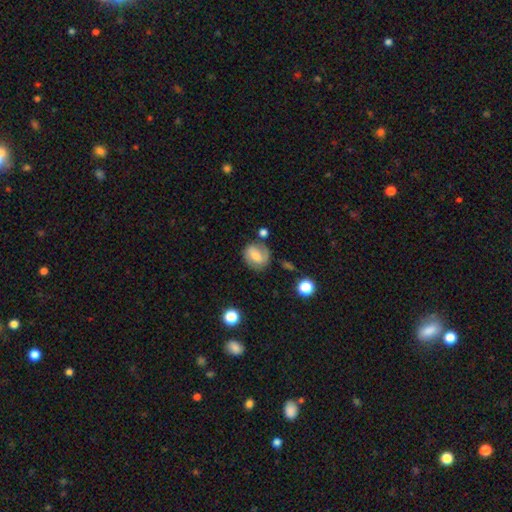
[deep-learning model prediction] smooth 53%, featured or disk 38%, star or artifact 9%. Down the decision tree: how rounded — round (64%); merging — none (69%).